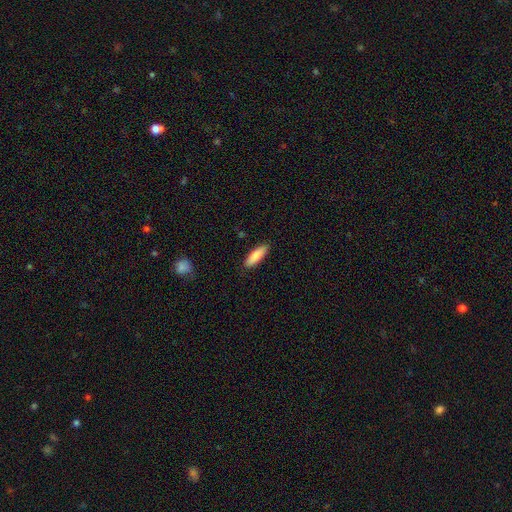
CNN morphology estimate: A smooth galaxy with no disk features (86%) that is cigar-shaped (52%). Merging: none (88%).